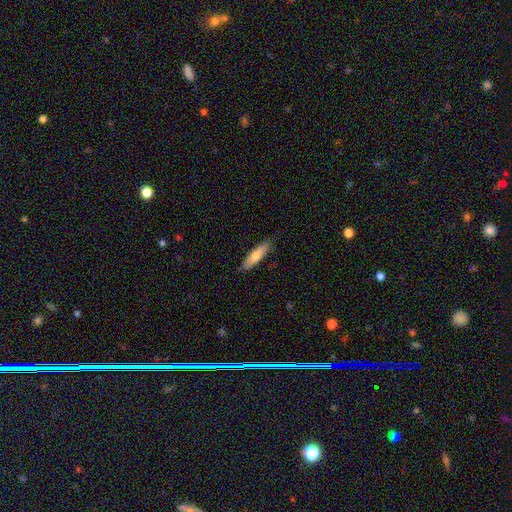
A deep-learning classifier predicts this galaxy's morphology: Smooth or featured? smooth (69%)
How rounded? cigar-shaped (69%)
Merging? none (86%)